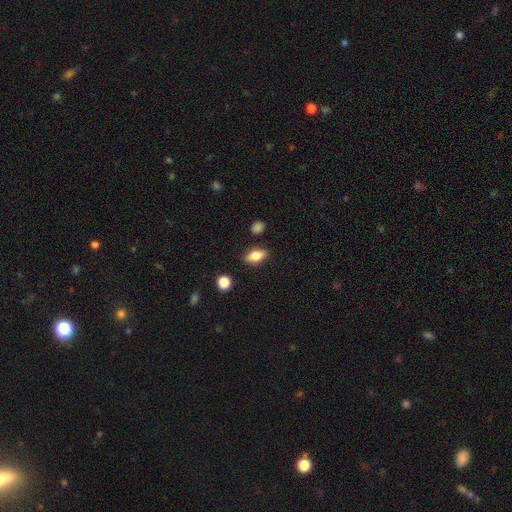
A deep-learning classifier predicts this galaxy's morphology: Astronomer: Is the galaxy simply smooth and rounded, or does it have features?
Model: smooth — 75%.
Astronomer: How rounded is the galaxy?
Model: in between — 85%.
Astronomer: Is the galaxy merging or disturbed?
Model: none — 86%.